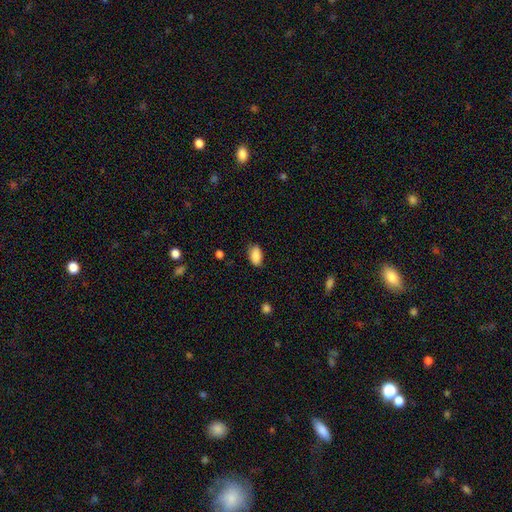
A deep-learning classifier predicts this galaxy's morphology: Q: Smooth or featured?
A: smooth (88%); runner-up: star or artifact (7%)
Q: How rounded?
A: in between (92%); runner-up: round (6%)
Q: Merging?
A: none (76%); runner-up: minor disturbance (19%)